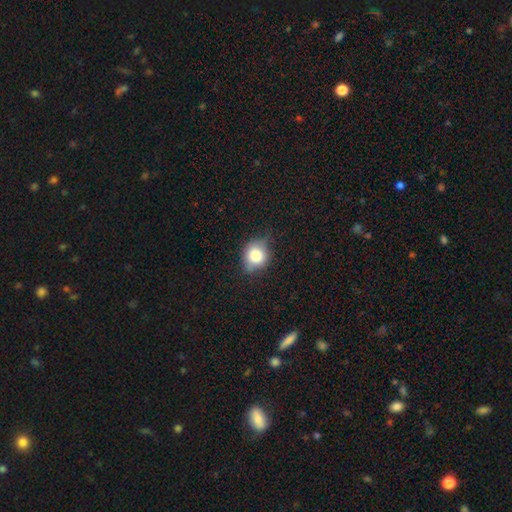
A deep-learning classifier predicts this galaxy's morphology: Smooth or featured?
  - smooth: 78% *
  - featured or disk: 13%
  - star or artifact: 10%
How rounded?
  - round: 69% *
  - in between: 29%
  - cigar-shaped: 1%
Merging?
  - none: 60% *
  - minor disturbance: 31%
  - major disturbance: 7%
  - merger: 2%